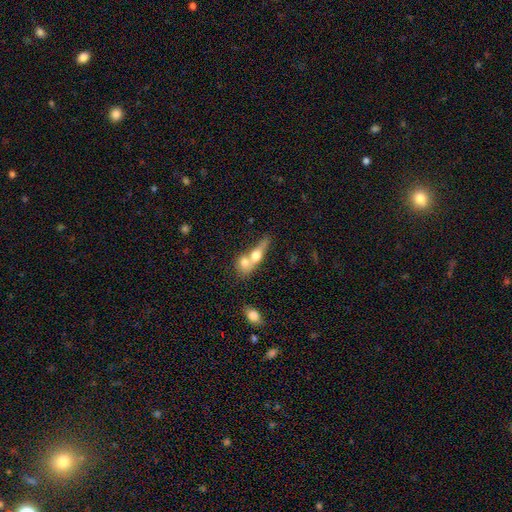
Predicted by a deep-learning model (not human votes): Smooth or featured? Predicted: smooth (p=0.62). How rounded? Predicted: in between (p=0.46). Merging? Predicted: merger (p=0.71).